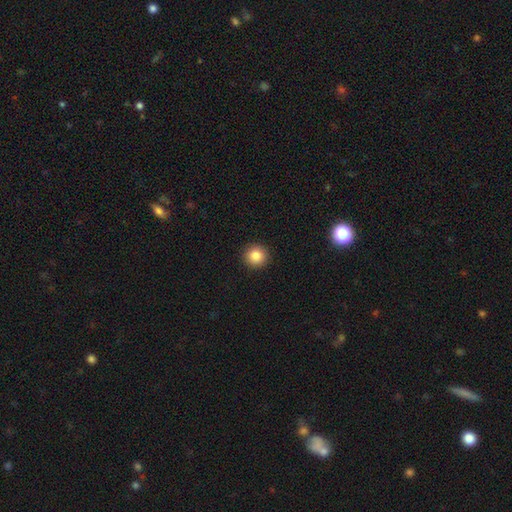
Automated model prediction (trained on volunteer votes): Morphology: type=smooth (86%); roundness=round (94%); merging=none (93%).